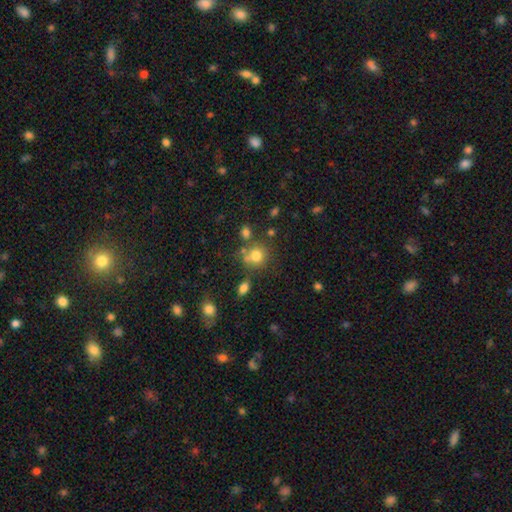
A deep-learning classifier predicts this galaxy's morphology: The model was most divided on "merging": none: 62%, merger: 19%, minor disturbance: 13%, major disturbance: 6%. More confident: how rounded — round (83%); smooth or featured — smooth (75%).